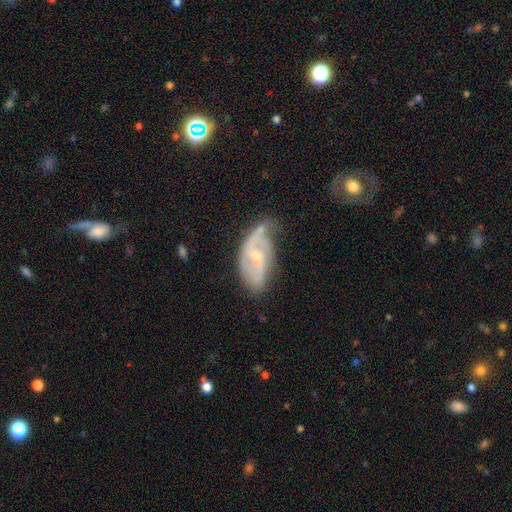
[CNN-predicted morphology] featured or disk 71%, smooth 21%, star or artifact 8%. Down the decision tree: edge-on disk — no (94%); bar — no (47%); spiral arms — yes (85%); spiral arm count — 2 (58%); spiral winding — medium (39%); bulge size — small (70%); merging — none (38%).